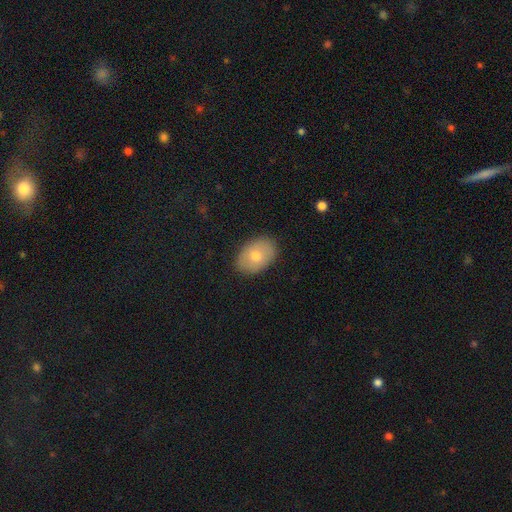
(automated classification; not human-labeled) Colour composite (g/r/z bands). It shows a smooth galaxy with no disk features (72%) that is in between round and cigar-shaped (82%). Merging: none (86%).